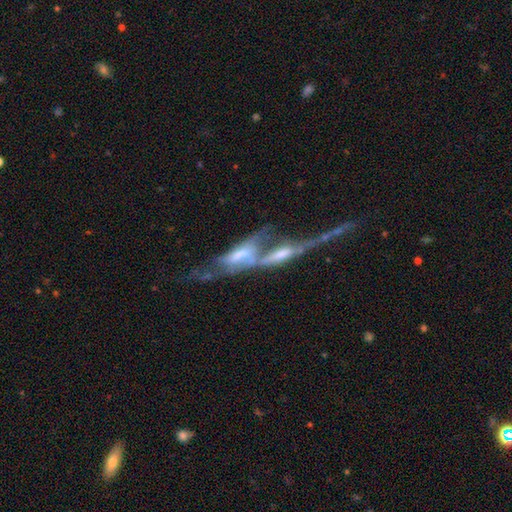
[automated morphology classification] Smooth or featured? Predicted: featured or disk (p=0.72). Edge-on disk? Predicted: yes (p=0.57). Merging? Predicted: merger (p=0.65).